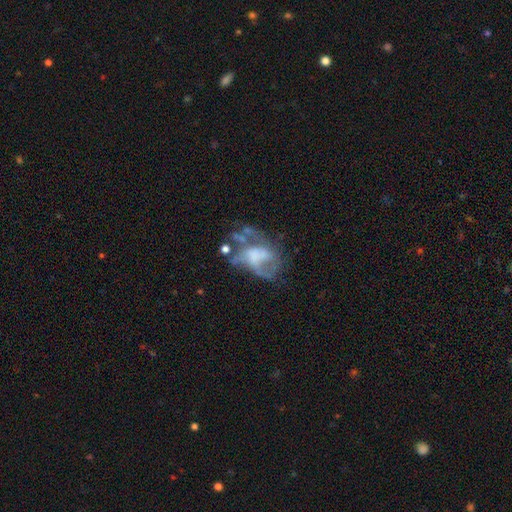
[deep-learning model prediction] A featured or disk galaxy (65%) with no bar (74%), no spiral arms (53%) and no central bulge (49%). Merging: major disturbance (40%).